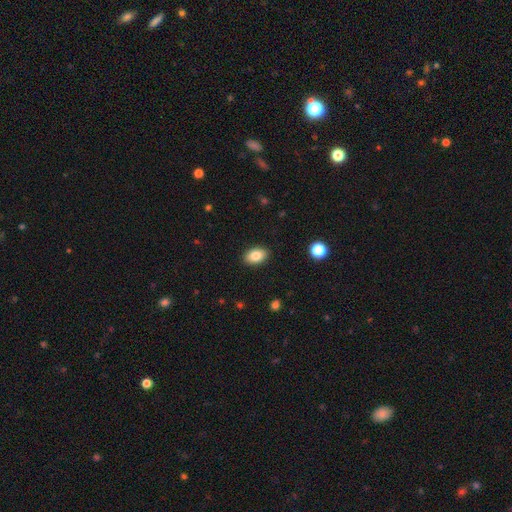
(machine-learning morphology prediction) smooth 83%, featured or disk 9%, star or artifact 8%. Down the decision tree: how rounded — in between (89%); merging — none (89%).